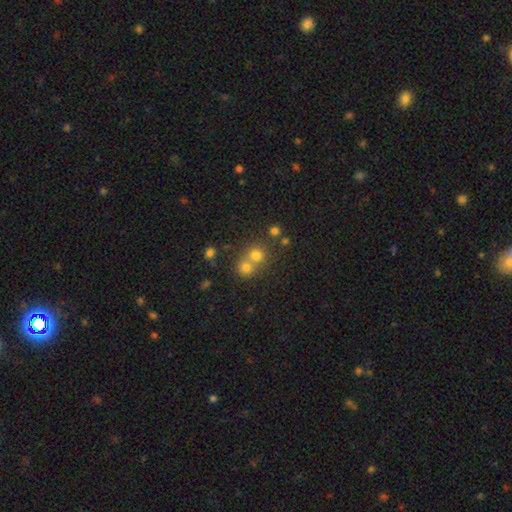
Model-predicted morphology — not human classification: The model was most divided on "merging": merger: 52%, none: 41%, minor disturbance: 5%, major disturbance: 2%. More confident: how rounded — round (85%); smooth or featured — smooth (71%).